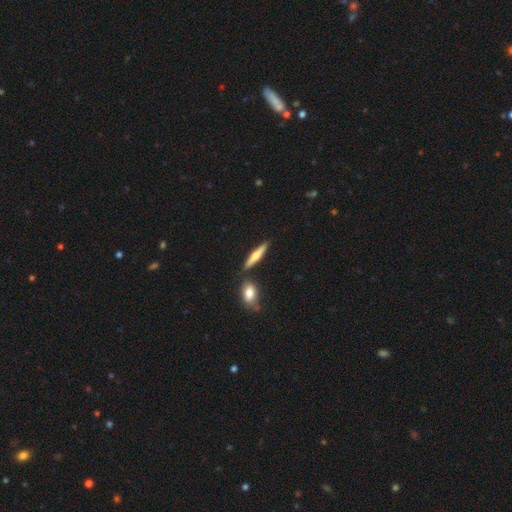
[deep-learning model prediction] This appears to be a smooth galaxy with no disk features (50%). Merging: none (80%).